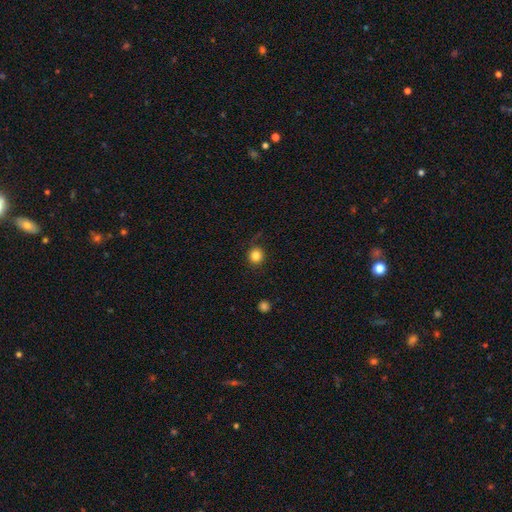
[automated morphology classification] A smooth galaxy with no disk features (83%) that is round (92%).

Vote fractions:
- Smooth or featured? smooth: 83% / star or artifact: 11% / featured or disk: 5%
- How rounded? round: 92% / in between: 7% / cigar-shaped: 1%
- Merging? none: 86% / minor disturbance: 10% / major disturbance: 3% / merger: 1%